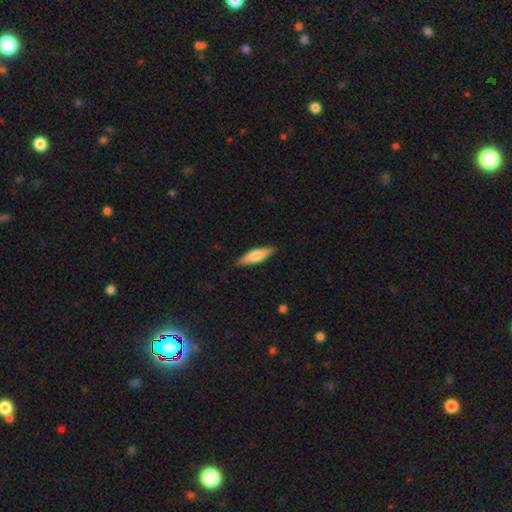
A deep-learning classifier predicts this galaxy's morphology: Smooth or featured: smooth — 68% (featured or disk — 27%)
How rounded: cigar-shaped — 62% (in between — 36%)
Merging: none — 87% (minor disturbance — 10%)